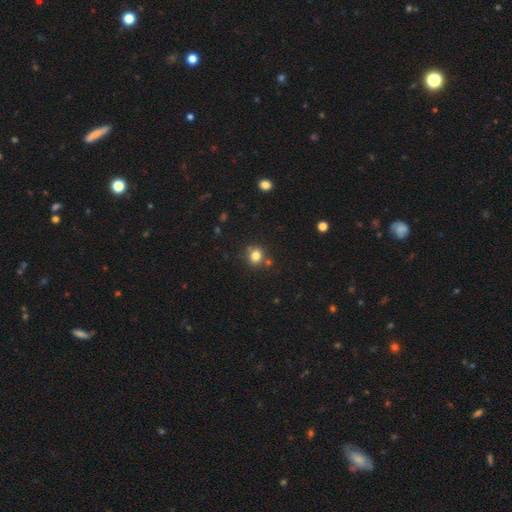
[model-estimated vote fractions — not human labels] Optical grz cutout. It shows a smooth galaxy with no disk features (81%) that is round (79%). Merging: none (75%).